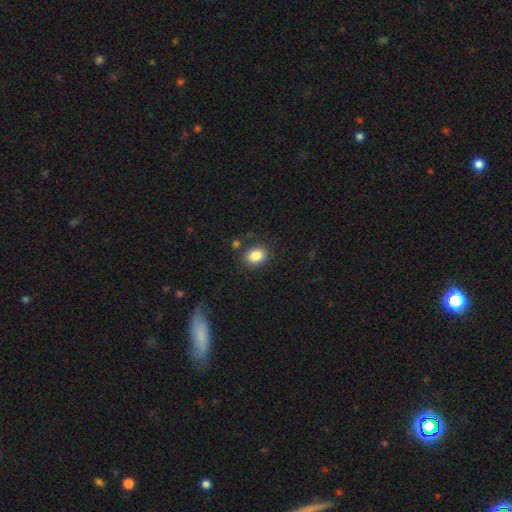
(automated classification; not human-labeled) A smooth galaxy with no disk features (86%) that is in between round and cigar-shaped (62%).

Vote fractions:
- Smooth or featured? smooth: 86% / star or artifact: 9% / featured or disk: 5%
- How rounded? in between: 62% / round: 37% / cigar-shaped: 1%
- Merging? none: 82% / minor disturbance: 11% / merger: 4% / major disturbance: 3%